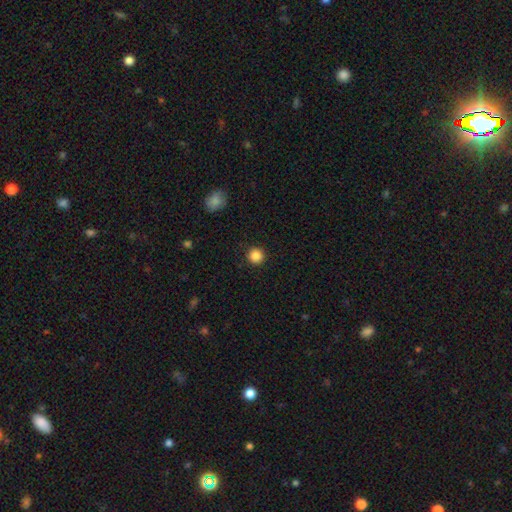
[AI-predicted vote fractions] Overall: smooth (86%). How rounded: round (95%). Merging: none (92%).